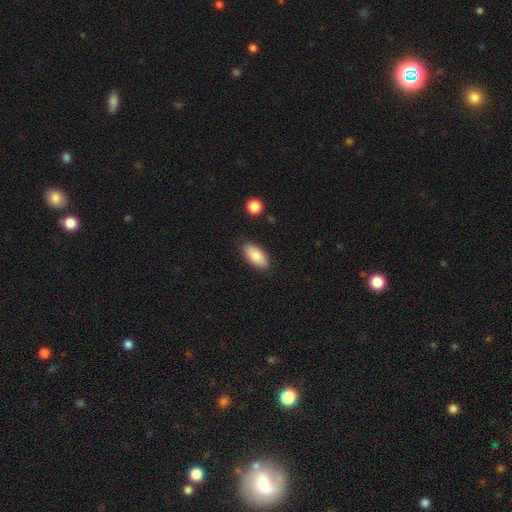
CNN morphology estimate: A smooth galaxy with no disk features (86%) that is in between round and cigar-shaped (90%).

Vote fractions:
- Smooth or featured? smooth: 86% / featured or disk: 8% / star or artifact: 6%
- How rounded? in between: 90% / cigar-shaped: 7% / round: 2%
- Merging? none: 85% / minor disturbance: 11% / major disturbance: 2% / merger: 2%